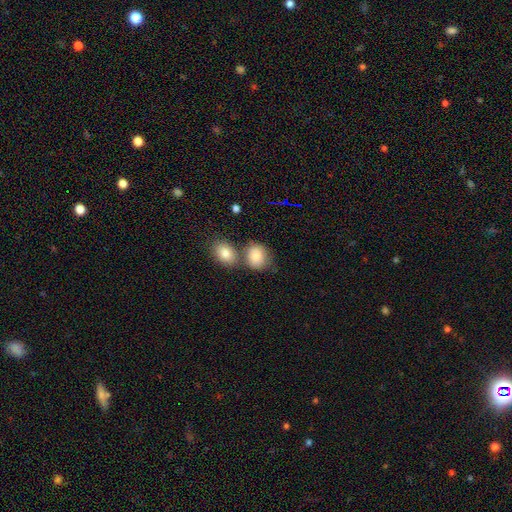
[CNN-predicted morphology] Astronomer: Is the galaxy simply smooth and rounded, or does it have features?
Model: smooth — 84%.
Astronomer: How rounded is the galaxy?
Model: round — 56% (runner-up: in between, 43%).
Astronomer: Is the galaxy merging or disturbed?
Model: none — 47% (runner-up: merger, 34%).